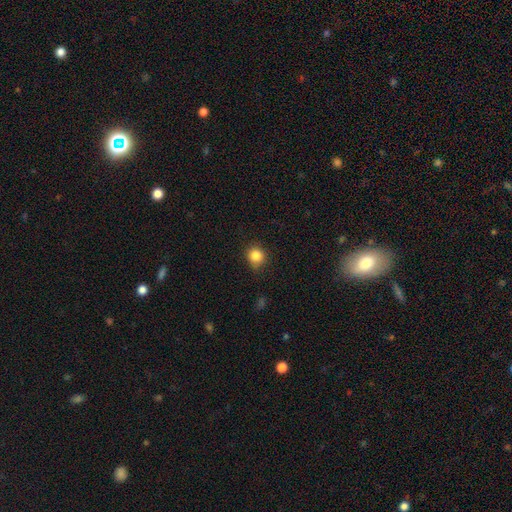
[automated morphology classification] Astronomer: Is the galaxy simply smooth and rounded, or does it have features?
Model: smooth — 84%.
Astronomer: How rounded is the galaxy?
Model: round — 89%.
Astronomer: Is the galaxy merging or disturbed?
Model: none — 83%.